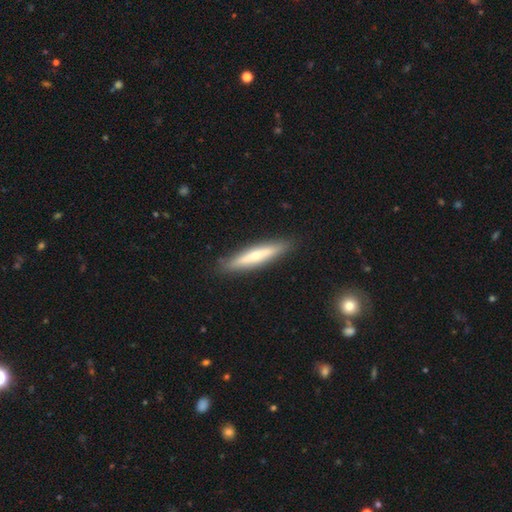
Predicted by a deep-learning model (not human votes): Smooth or featured?
  - smooth: 54% *
  - featured or disk: 40%
  - star or artifact: 6%
How rounded?
  - cigar-shaped: 90% *
  - in between: 9%
  - round: 1%
Merging?
  - none: 88% *
  - minor disturbance: 9%
  - major disturbance: 2%
  - merger: 1%